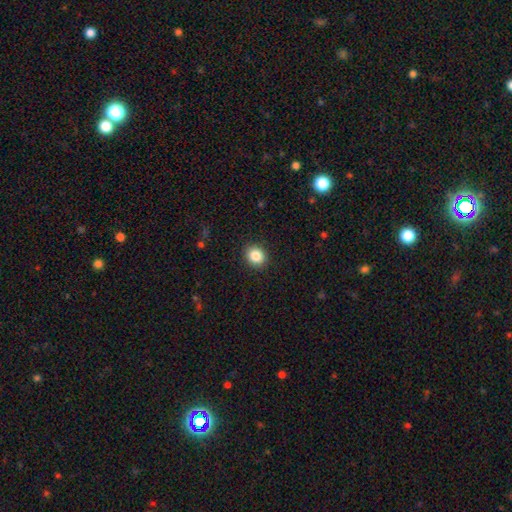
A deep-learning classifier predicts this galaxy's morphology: Smooth or featured? smooth (86%)
How rounded? round (72%)
Merging? none (91%)